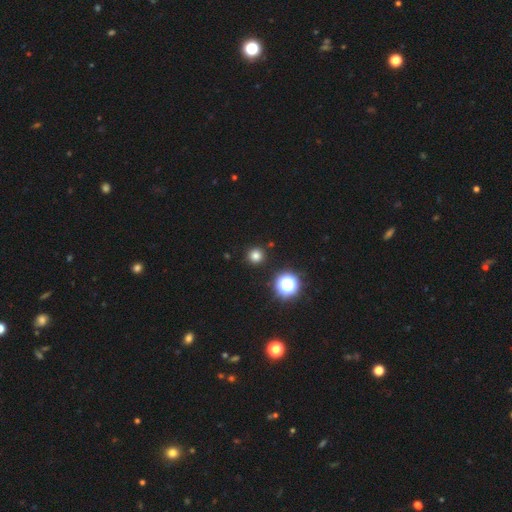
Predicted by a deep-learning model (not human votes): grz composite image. It shows a smooth galaxy with no disk features (77%) that is round (95%). Merging: none (92%).